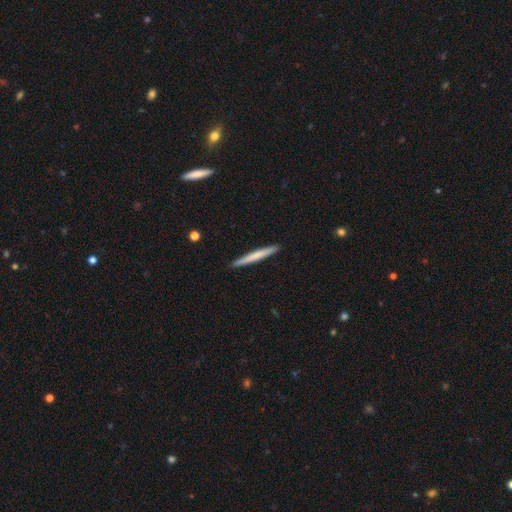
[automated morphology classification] This appears to be a smooth galaxy with no disk features (63%) that is cigar-shaped (97%). Merging: none (92%).